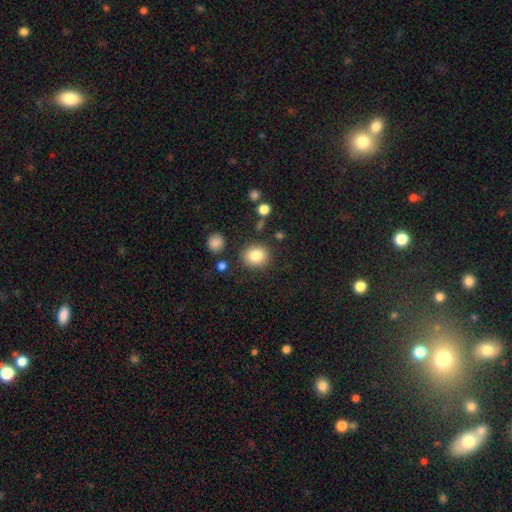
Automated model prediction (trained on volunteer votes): This is clearly a smooth galaxy (84%). How rounded: likely round (76%). Merging: clearly none (85%).